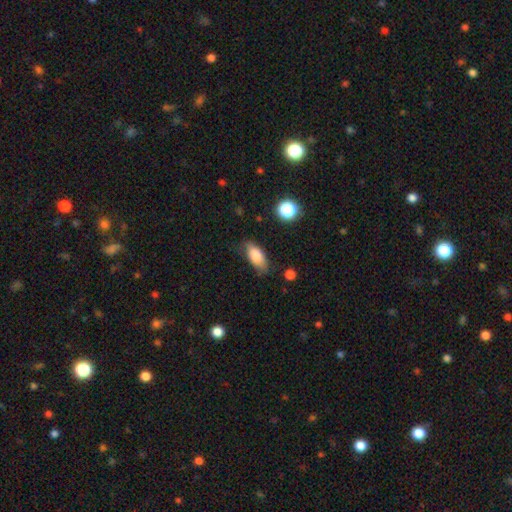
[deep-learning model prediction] smooth 83%, featured or disk 10%, star or artifact 7%. Down the decision tree: how rounded — in between (88%); merging — none (71%).